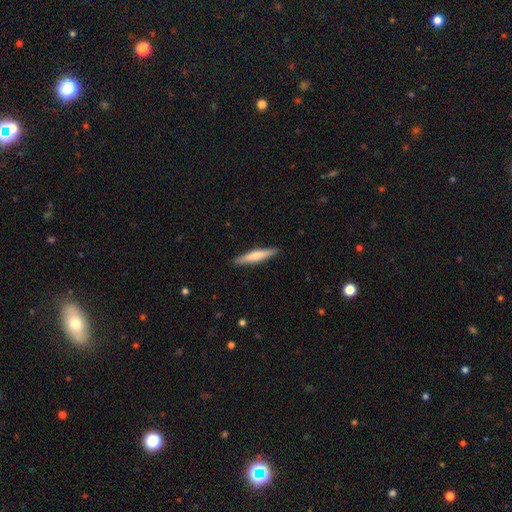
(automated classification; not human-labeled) smooth-or-featured: smooth: 60% | featured or disk: 35% | star or artifact: 5%
  how-rounded: cigar-shaped: 91% | in between: 7% | round: 1%
  merging: none: 90% | minor disturbance: 7% | major disturbance: 1% | merger: 1%